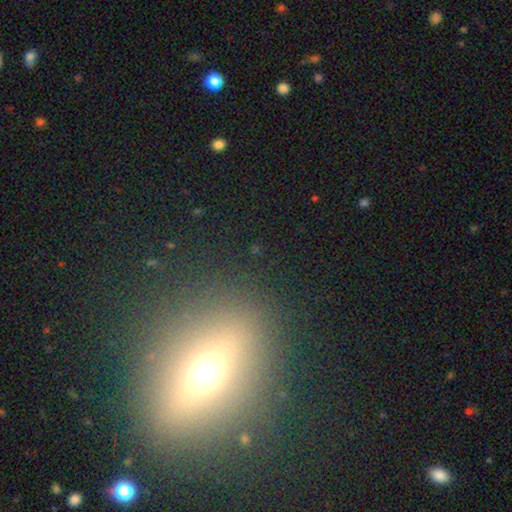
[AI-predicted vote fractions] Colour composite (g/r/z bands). It shows a smooth galaxy with no disk features (42%). Merging: none (85%).